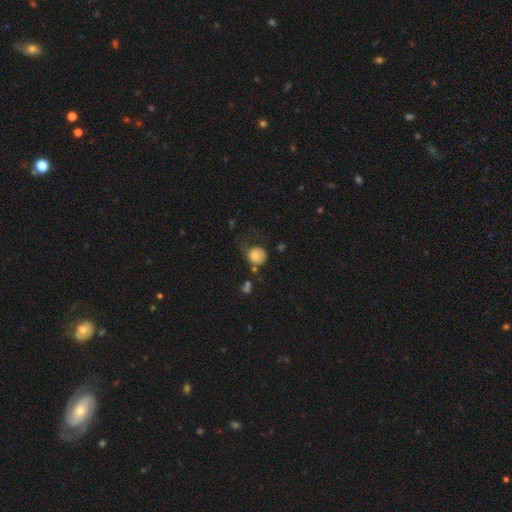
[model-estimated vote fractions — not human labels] Overall: smooth (74%). How rounded: round (70%). Merging: major disturbance (35%; none 33%).